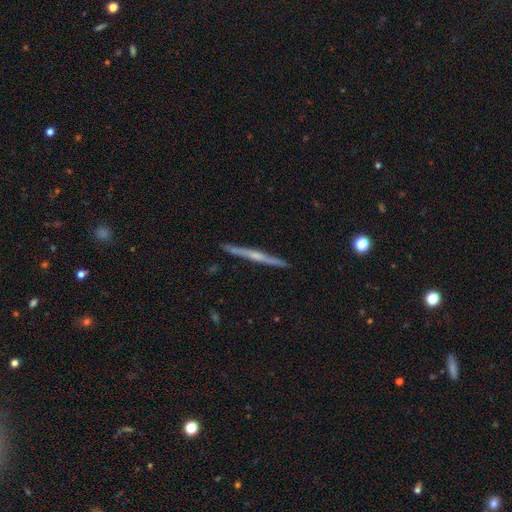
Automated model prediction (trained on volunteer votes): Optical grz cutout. It shows a featured or disk galaxy (74%) viewed edge-on (98%) with a rounded central bulge (61%). Merging: none (91%).